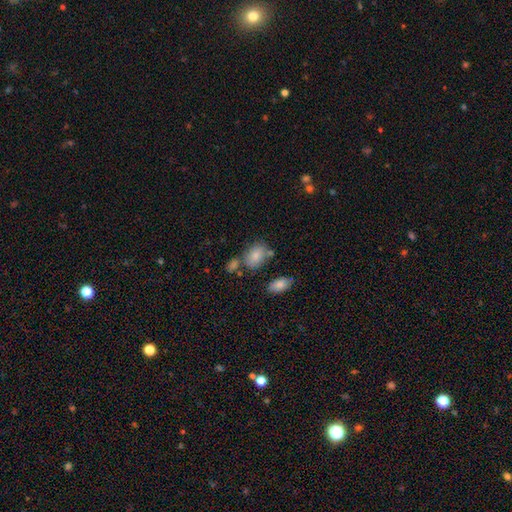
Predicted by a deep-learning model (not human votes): Smooth or featured? Predicted: smooth (p=0.82). How rounded? Predicted: in between (p=0.82). Merging? Predicted: none (p=0.58).